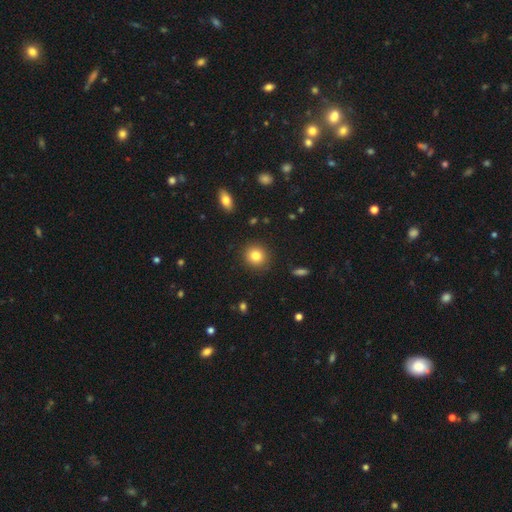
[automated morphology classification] smooth_or_featured: smooth (p=0.81) [alt: star or artifact p=0.11]
how_rounded: round (p=0.90) [alt: in between p=0.09]
merging: none (p=0.91) [alt: minor disturbance p=0.06]